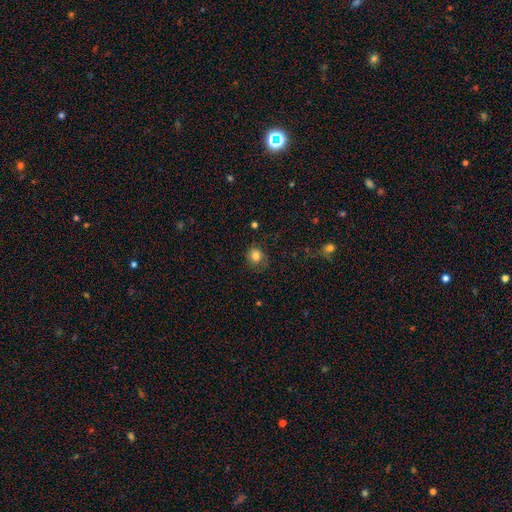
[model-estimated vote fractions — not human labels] smooth 80%, star or artifact 11%, featured or disk 9%. Down the decision tree: how rounded — round (77%); merging — none (73%).